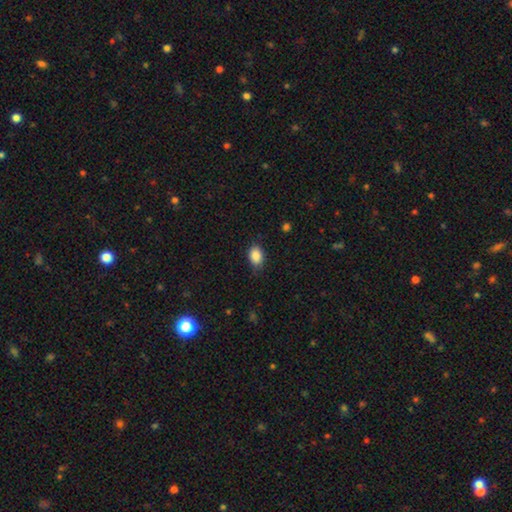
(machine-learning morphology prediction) Overall: smooth (88%). How rounded: in between (79%). Merging: none (79%).